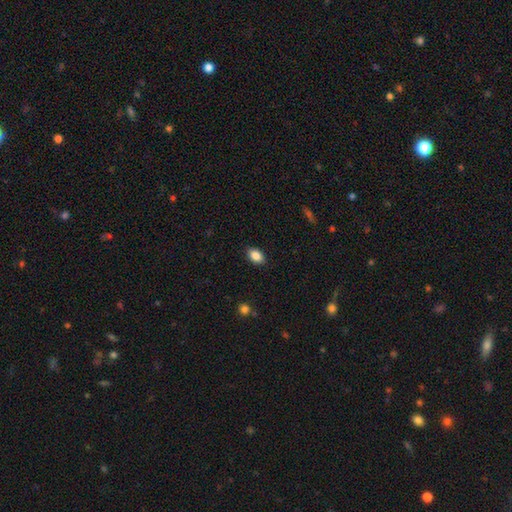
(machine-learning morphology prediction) Q: Smooth or featured?
A: smooth (87%); runner-up: star or artifact (8%)
Q: How rounded?
A: in between (86%); runner-up: round (13%)
Q: Merging?
A: none (88%); runner-up: minor disturbance (9%)